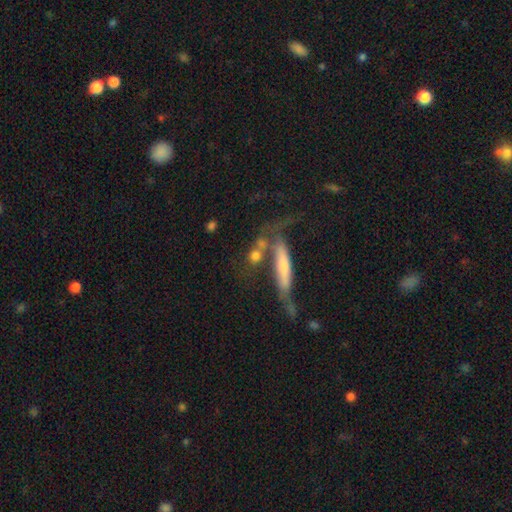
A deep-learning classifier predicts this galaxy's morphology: Smooth or featured? smooth (65%)
How rounded? round (38%)
Merging? none (45%)